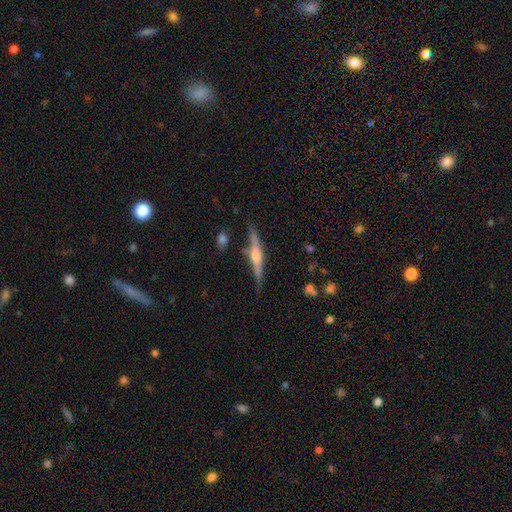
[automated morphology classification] Smooth or featured? Predicted: featured or disk (p=0.76). Edge-on disk? Predicted: yes (p=0.96). Edge-on bulge? Predicted: rounded (p=0.81). Merging? Predicted: none (p=0.74).